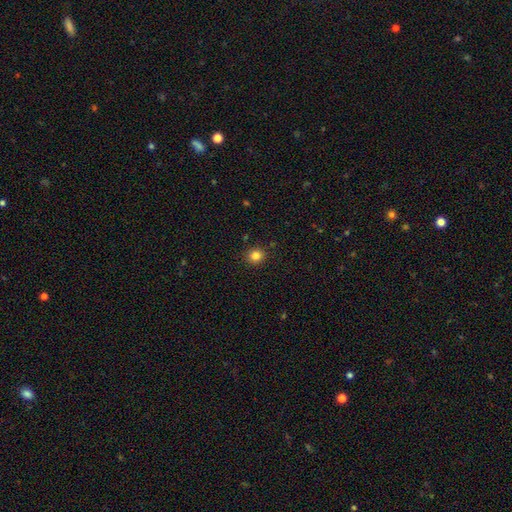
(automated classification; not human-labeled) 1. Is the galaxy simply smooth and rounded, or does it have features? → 83% smooth, 12% star or artifact, 5% featured or disk.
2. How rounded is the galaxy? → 83% round, 16% in between, 1% cigar-shaped.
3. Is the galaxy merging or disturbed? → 90% none, 7% minor disturbance, 2% major disturbance, 1% merger.